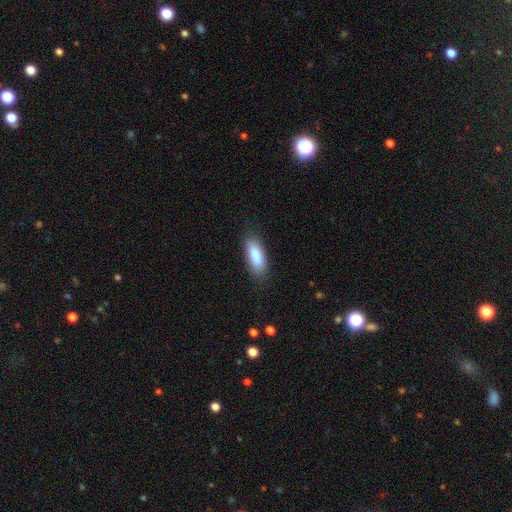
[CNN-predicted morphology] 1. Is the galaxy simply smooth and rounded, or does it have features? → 87% smooth, 8% featured or disk, 6% star or artifact.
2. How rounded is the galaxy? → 71% in between, 28% cigar-shaped, 2% round.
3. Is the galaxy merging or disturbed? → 83% none, 13% minor disturbance, 3% major disturbance, 1% merger.